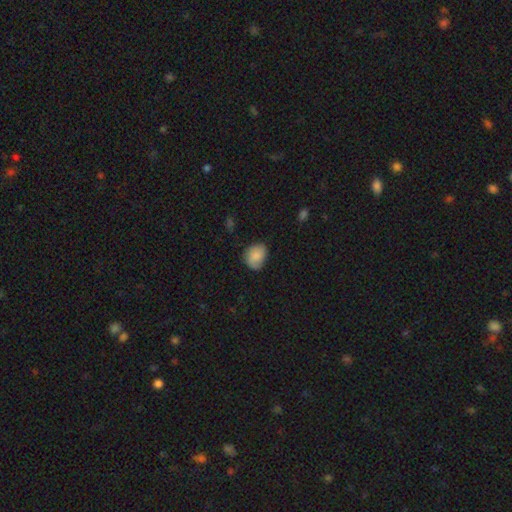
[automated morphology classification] Smooth or featured? smooth (82%)
How rounded? in between (55%)
Merging? none (67%)